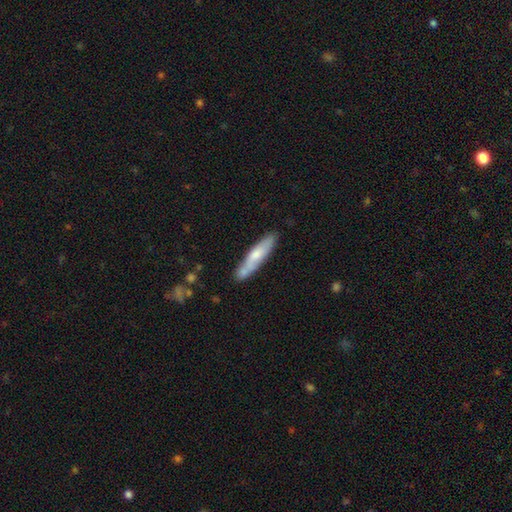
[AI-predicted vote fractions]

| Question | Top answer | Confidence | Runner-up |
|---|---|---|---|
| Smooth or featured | smooth | 60% | featured or disk (35%) |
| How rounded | cigar-shaped | 85% | in between (14%) |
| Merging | none | 71% | minor disturbance (17%) |